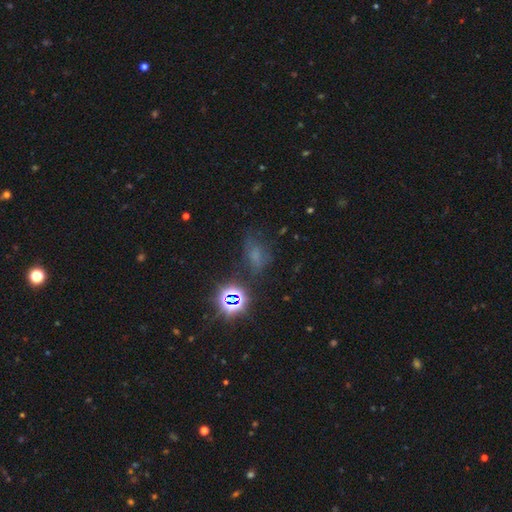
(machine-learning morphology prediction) Smooth or featured? Predicted: smooth (p=0.41, tied with star or artifact). Merging? Predicted: none (p=0.52).